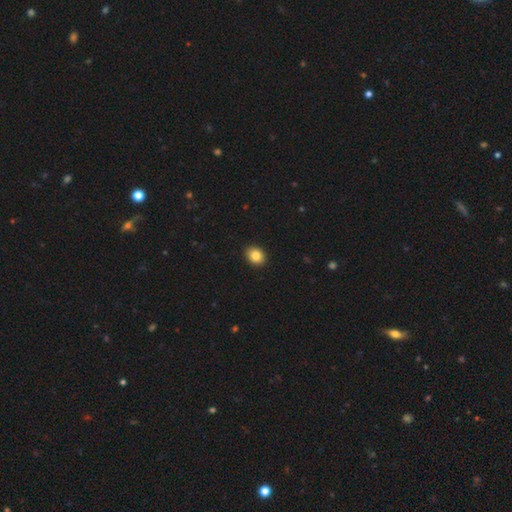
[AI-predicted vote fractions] smooth-or-featured: smooth: 85% | star or artifact: 9% | featured or disk: 6%
  how-rounded: in between: 50% | round: 49% | cigar-shaped: 1%
  merging: none: 92% | minor disturbance: 6% | major disturbance: 1% | merger: 1%